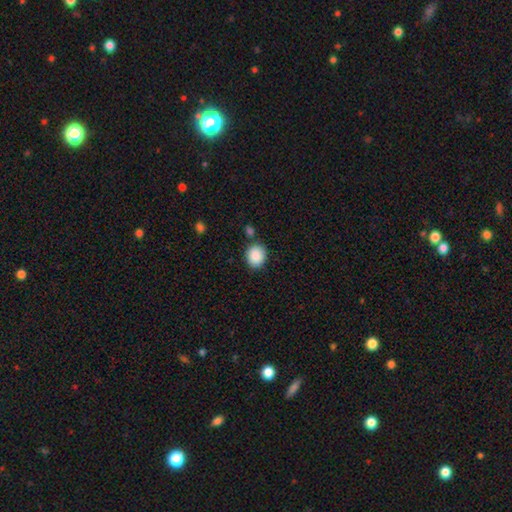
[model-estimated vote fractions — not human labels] Smooth or featured?
  - smooth: 89% *
  - star or artifact: 8%
  - featured or disk: 4%
How rounded?
  - round: 63% *
  - in between: 36%
  - cigar-shaped: 1%
Merging?
  - none: 79% *
  - minor disturbance: 12%
  - merger: 6%
  - major disturbance: 3%